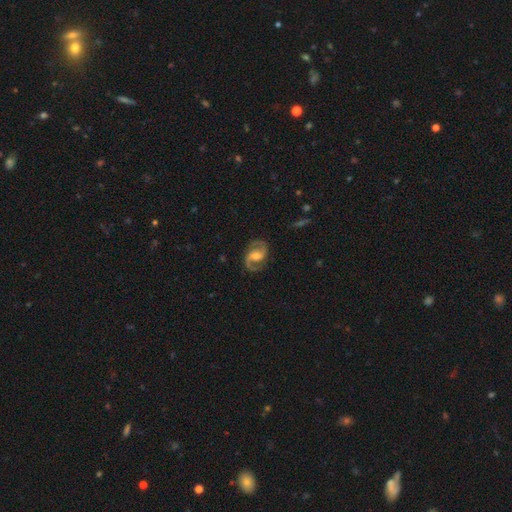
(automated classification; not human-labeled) A featured or disk galaxy (89%) with a weak bar (49%), 2 (93%) medium (59%) spiral arms (97%) and a moderate central bulge (61%). Merging: none (82%).